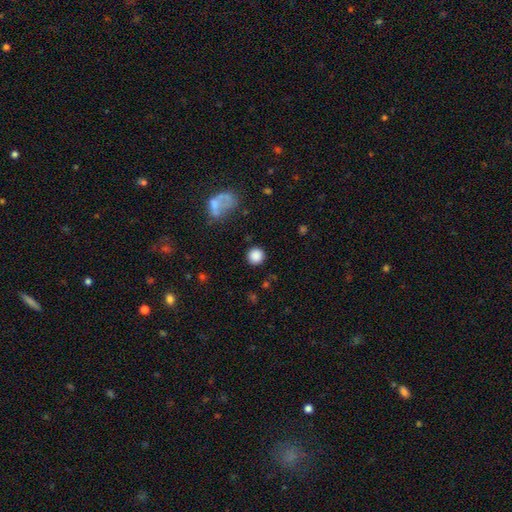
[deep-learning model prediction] Smooth or featured: smooth — 86% (star or artifact — 10%)
How rounded: round — 94% (in between — 5%)
Merging: none — 87% (minor disturbance — 7%)